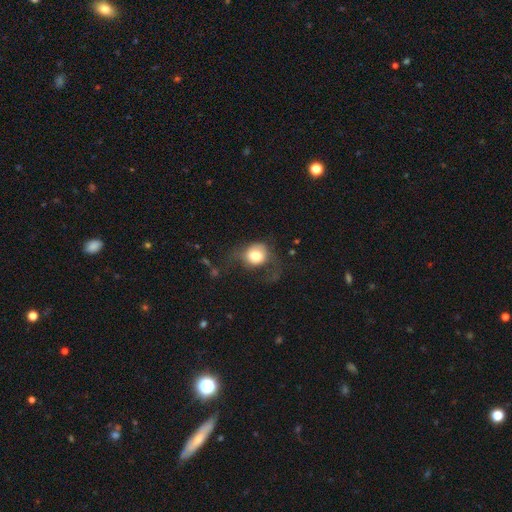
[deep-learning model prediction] This appears to be a smooth galaxy with no disk features (72%) that is round (77%). Merging: major disturbance (39%).